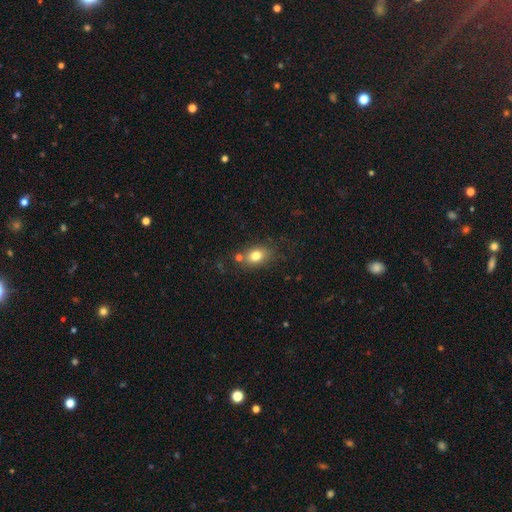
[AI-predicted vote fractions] Morphology: type=smooth (78%); roundness=in between (66%); merging=none (71%).